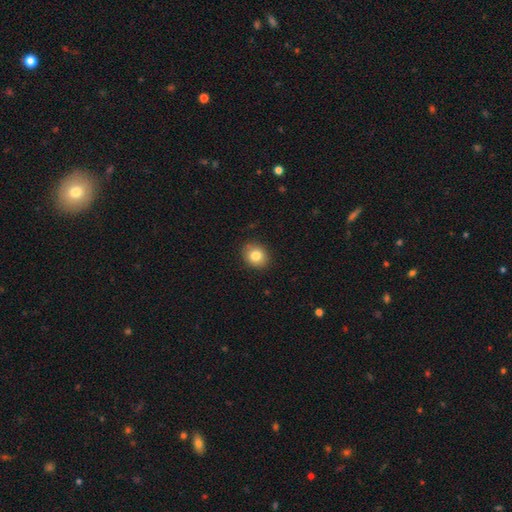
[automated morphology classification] Overall: smooth (82%). How rounded: round (63%; in between 36%). Merging: none (89%).